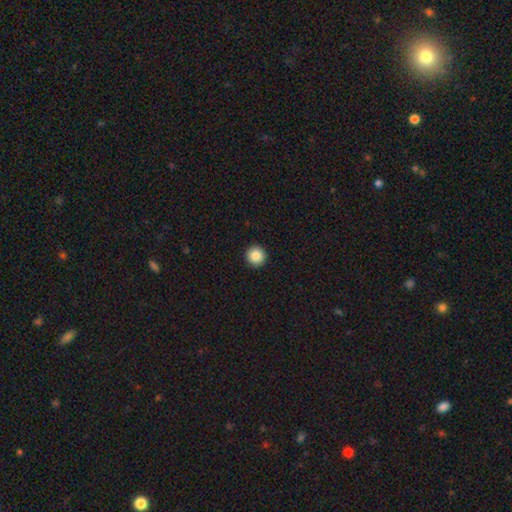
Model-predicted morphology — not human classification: Smooth or featured?
  - smooth: 86% *
  - star or artifact: 9%
  - featured or disk: 5%
How rounded?
  - round: 96% *
  - in between: 3%
  - cigar-shaped: 1%
Merging?
  - none: 94% *
  - minor disturbance: 4%
  - major disturbance: 1%
  - merger: 1%